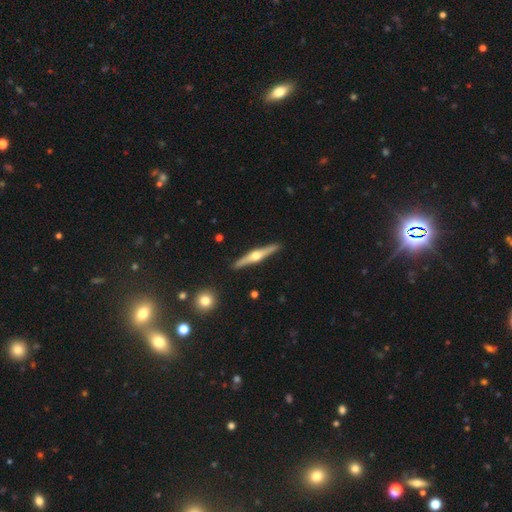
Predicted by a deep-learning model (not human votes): Smooth or featured?
  - featured or disk: 75% *
  - smooth: 20%
  - star or artifact: 5%
Edge-on disk?
  - yes: 98% *
  - no: 2%
Edge-on bulge?
  - rounded: 95% *
  - boxy: 3%
  - none: 2%
Merging?
  - none: 91% *
  - minor disturbance: 6%
  - merger: 1%
  - major disturbance: 1%